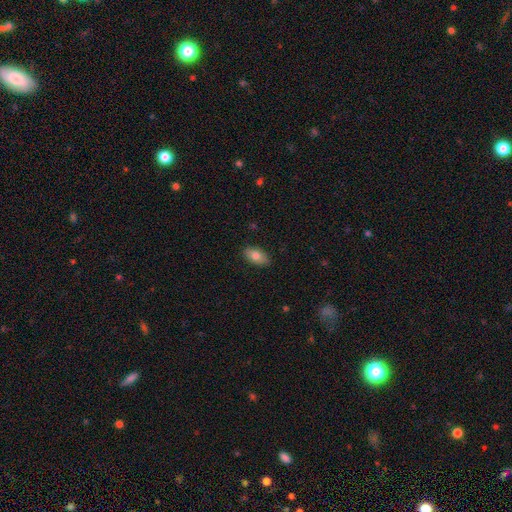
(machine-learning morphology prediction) Smooth or featured? smooth (78%)
How rounded? in between (92%)
Merging? none (87%)